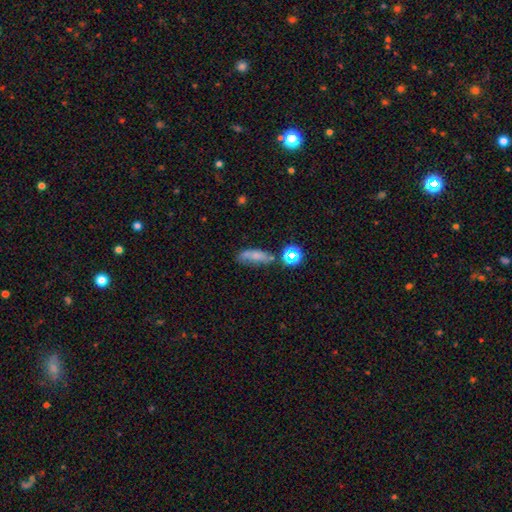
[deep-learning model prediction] A smooth galaxy with no disk features (62%) that is in between round and cigar-shaped (56%). Merging: none (48%).